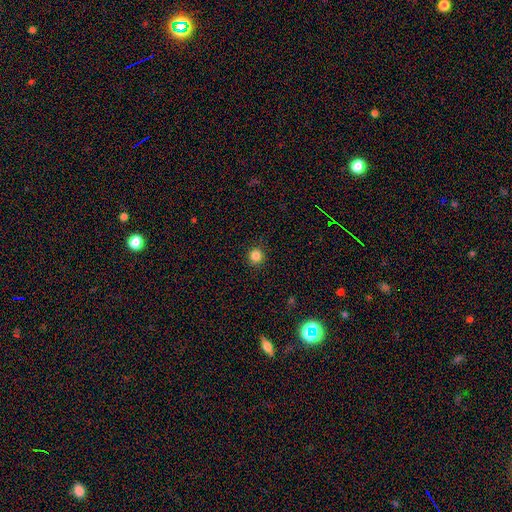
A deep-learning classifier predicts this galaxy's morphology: smooth 83%, star or artifact 12%, featured or disk 4%. Down the decision tree: how rounded — round (94%); merging — none (92%).